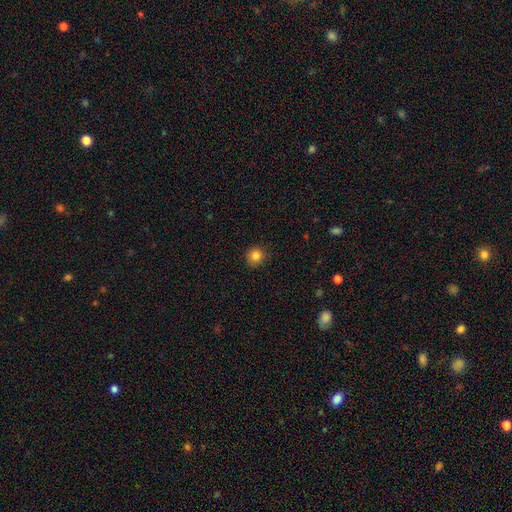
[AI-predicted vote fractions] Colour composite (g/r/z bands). It shows a smooth galaxy with no disk features (84%) that is round (92%). Merging: none (89%).